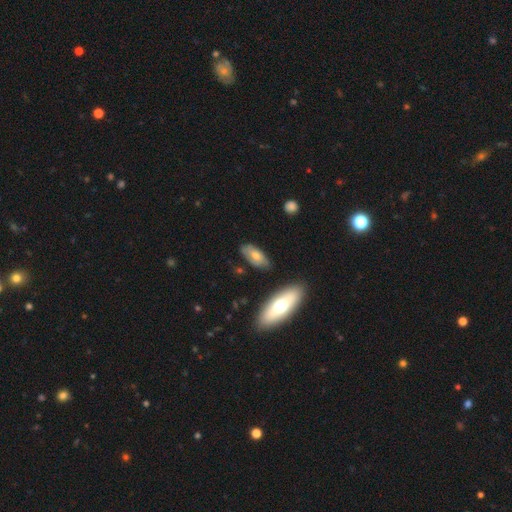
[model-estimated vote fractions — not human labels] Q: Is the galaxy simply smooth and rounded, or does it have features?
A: smooth — 58%.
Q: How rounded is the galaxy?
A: in between — 86%.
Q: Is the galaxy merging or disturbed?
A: none — 74%.